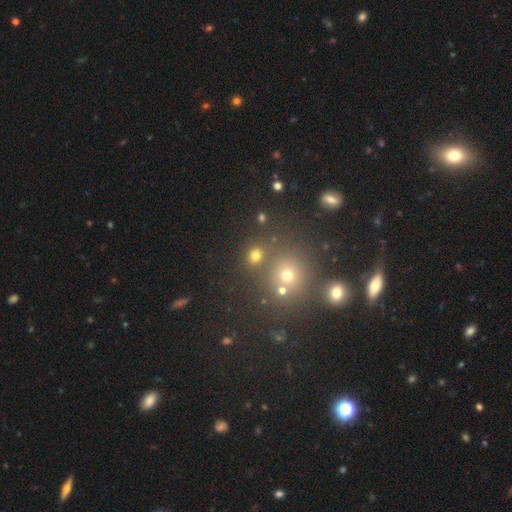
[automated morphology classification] Overall: smooth (72%). How rounded: round (84%). Merging: none (76%).